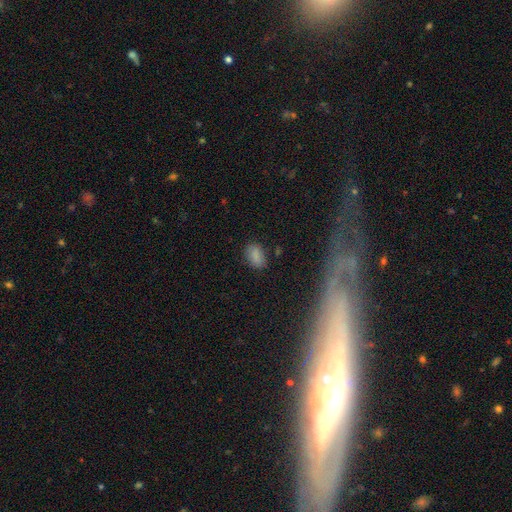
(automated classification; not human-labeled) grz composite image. It shows a smooth galaxy with no disk features (85%) that is in between round and cigar-shaped (88%). Merging: none (80%).